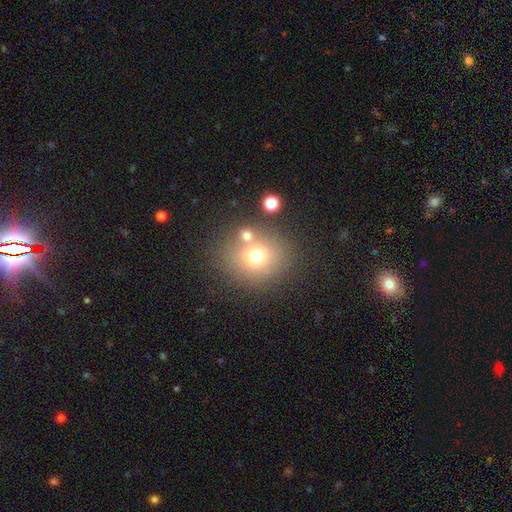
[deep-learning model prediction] Smooth or featured? smooth (69%)
How rounded? round (78%)
Merging? none (69%)